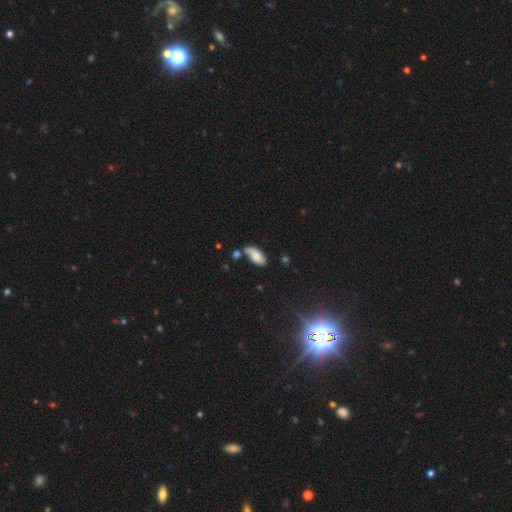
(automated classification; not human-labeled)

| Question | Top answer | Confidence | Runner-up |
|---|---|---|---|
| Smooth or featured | smooth | 68% | featured or disk (23%) |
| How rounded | in between | 90% | cigar-shaped (8%) |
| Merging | none | 48% | minor disturbance (26%) |